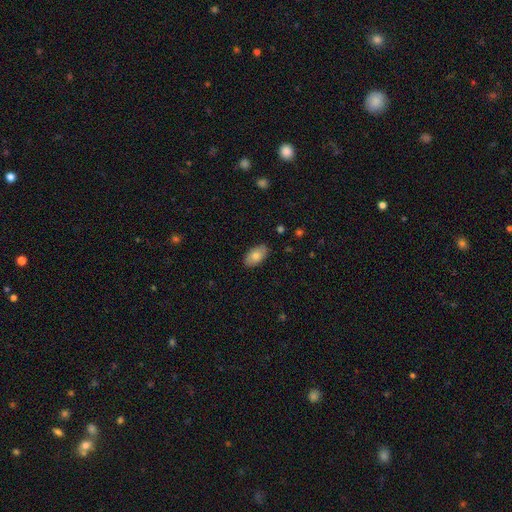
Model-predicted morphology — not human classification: smooth-or-featured: smooth: 77% | featured or disk: 16% | star or artifact: 7%
  how-rounded: in between: 94% | round: 4% | cigar-shaped: 2%
  merging: none: 87% | minor disturbance: 10% | major disturbance: 2% | merger: 1%